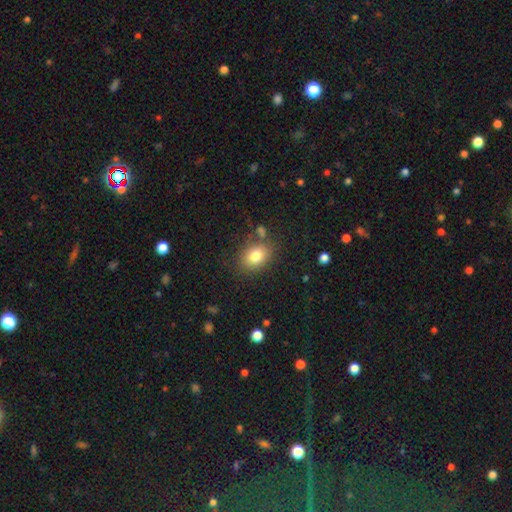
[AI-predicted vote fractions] smooth-or-featured: smooth: 80% | star or artifact: 11% | featured or disk: 10%
  how-rounded: in between: 63% | round: 36% | cigar-shaped: 1%
  merging: none: 79% | minor disturbance: 12% | merger: 5% | major disturbance: 4%